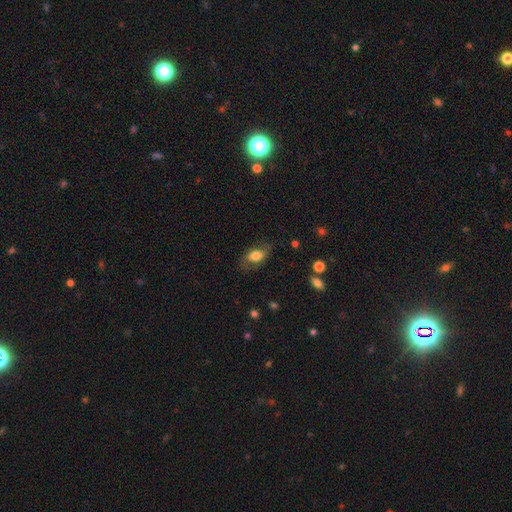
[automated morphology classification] smooth_or_featured: smooth (p=0.67) [alt: featured or disk p=0.26]
how_rounded: in between (p=0.88) [alt: round p=0.10]
merging: none (p=0.67) [alt: minor disturbance p=0.20]